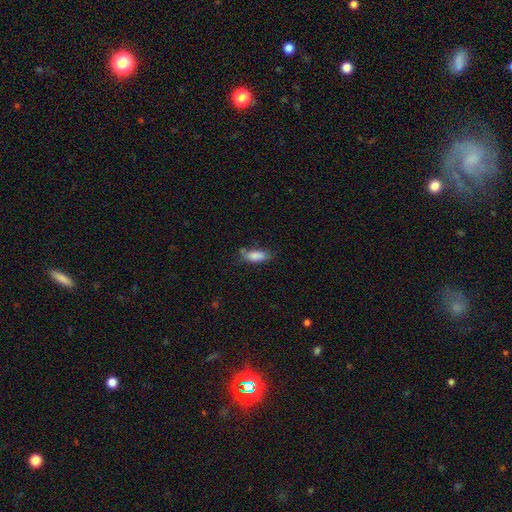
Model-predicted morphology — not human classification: Overall: smooth (84%). How rounded: in between (77%). Merging: none (59%; minor disturbance 27%).